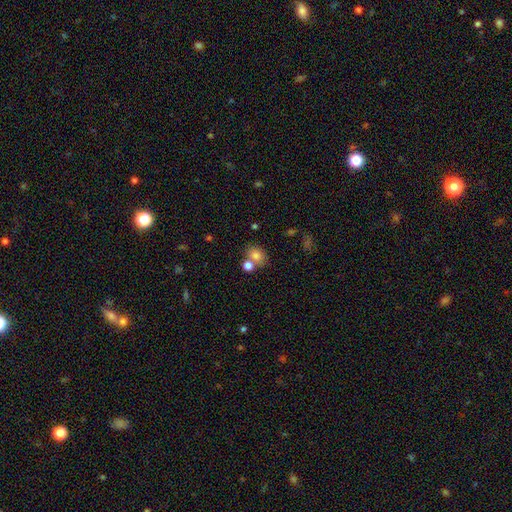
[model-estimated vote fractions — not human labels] This is likely a smooth galaxy (79%). How rounded: possibly round (51%). Merging: possibly none (57%).